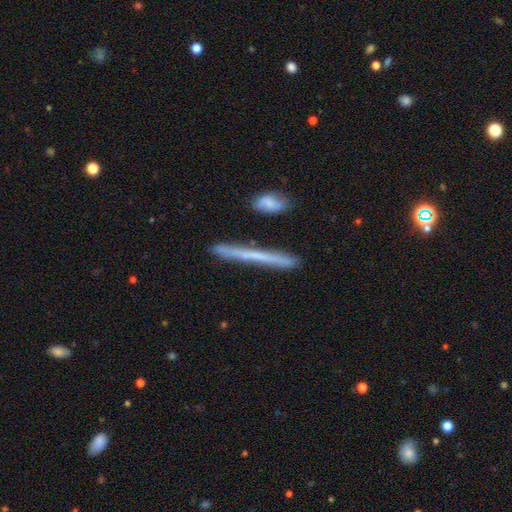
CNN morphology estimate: smooth-or-featured: smooth: 49% | featured or disk: 44% | star or artifact: 7%
  merging: none: 84% | minor disturbance: 10% | merger: 4% | major disturbance: 2%